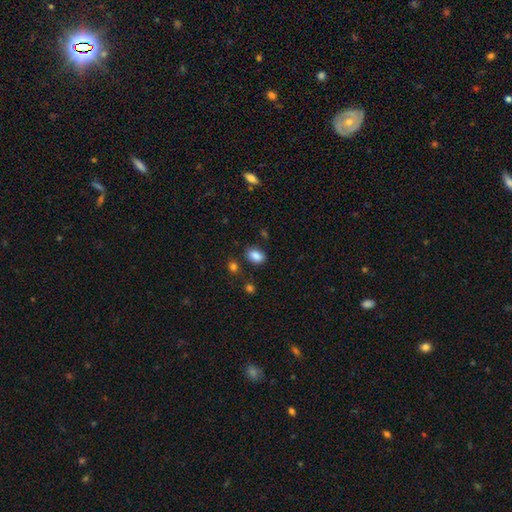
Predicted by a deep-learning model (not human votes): Smooth or featured? Predicted: smooth (p=0.86). How rounded? Predicted: in between (p=0.82). Merging? Predicted: none (p=0.79).